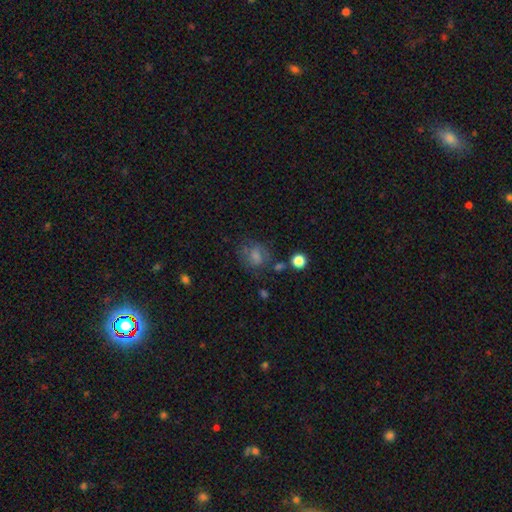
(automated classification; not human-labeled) Smooth or featured? Predicted: smooth (p=0.53). How rounded? Predicted: round (p=0.67). Merging? Predicted: none (p=0.68).